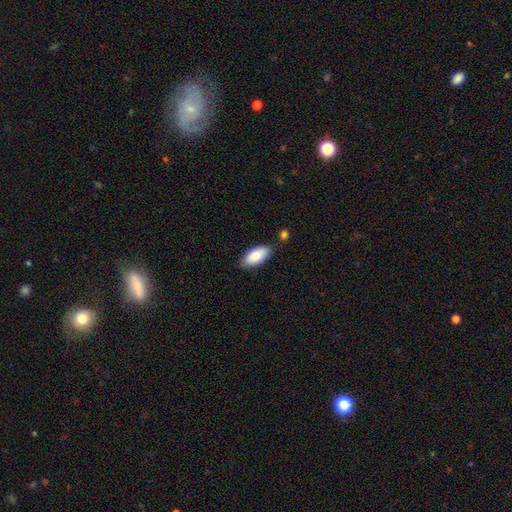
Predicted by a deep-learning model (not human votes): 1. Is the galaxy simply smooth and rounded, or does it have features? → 84% smooth, 10% featured or disk, 6% star or artifact.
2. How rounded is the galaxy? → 91% in between, 7% cigar-shaped, 2% round.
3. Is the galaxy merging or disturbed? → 82% none, 12% minor disturbance, 4% merger, 2% major disturbance.